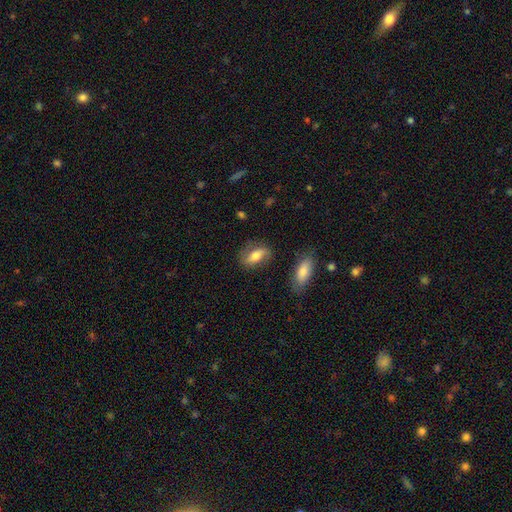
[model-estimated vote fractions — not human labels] Smooth or featured: smooth — 58% (featured or disk — 35%)
How rounded: in between — 81% (cigar-shaped — 12%)
Merging: none — 75% (minor disturbance — 16%)